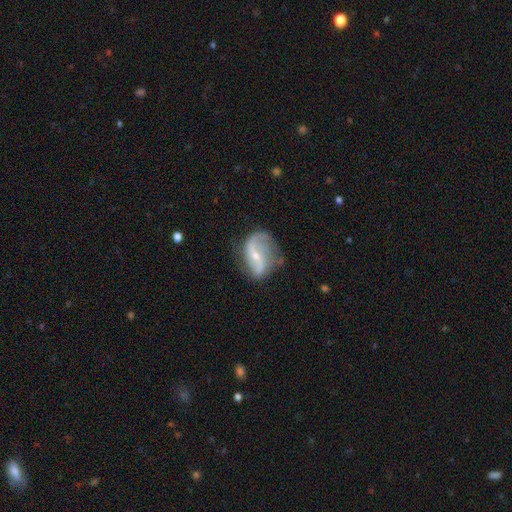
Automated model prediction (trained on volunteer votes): Morphology: type=featured or disk (85%); edge-on=no (97%); bar=weak (37%); spiral arms=yes (93%); winding=loose (72%); arm count=2 (87%); bulge=small (64%); merging=none (62%).